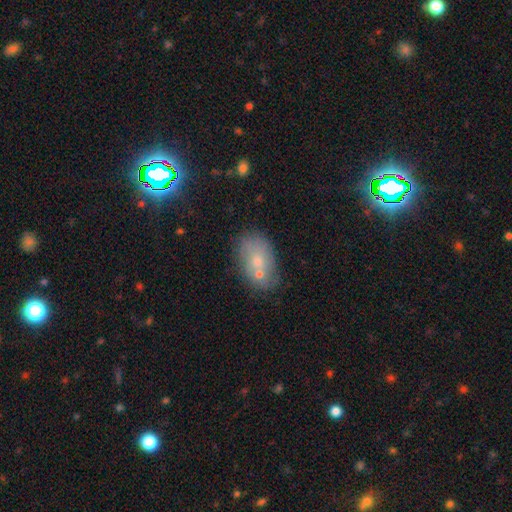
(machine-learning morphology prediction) Smooth or featured? Predicted: smooth (p=0.54). How rounded? Predicted: in between (p=0.84). Merging? Predicted: none (p=0.52).